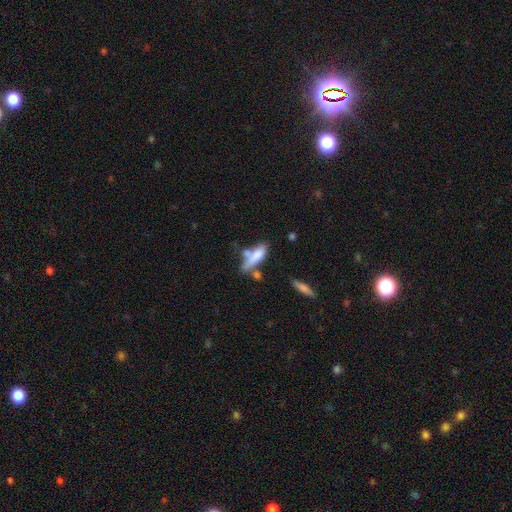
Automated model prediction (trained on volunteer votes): This is likely a smooth galaxy (66%). How rounded: possibly cigar-shaped (49%, tied with in between). Merging: marginally merger (35%).